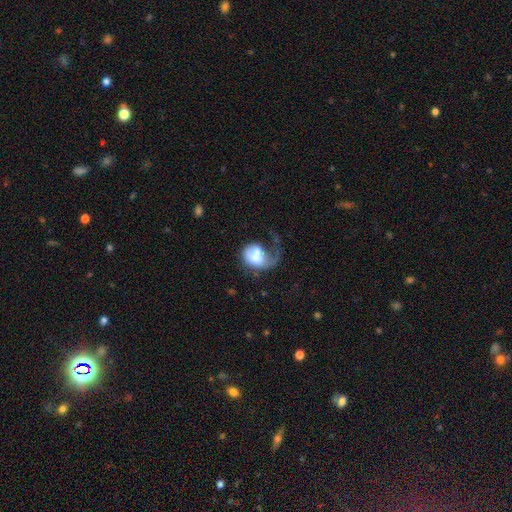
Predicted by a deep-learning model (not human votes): A smooth galaxy with no disk features (51%) that is in between round and cigar-shaped (56%). Merging: major disturbance (56%).